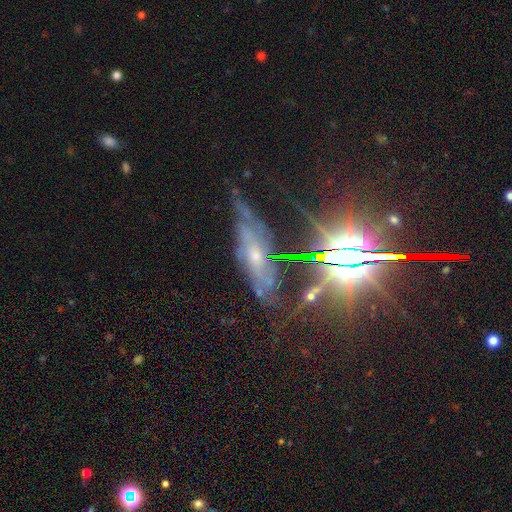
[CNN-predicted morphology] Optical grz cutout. It shows a featured or disk galaxy (55%). Merging: none (58%).